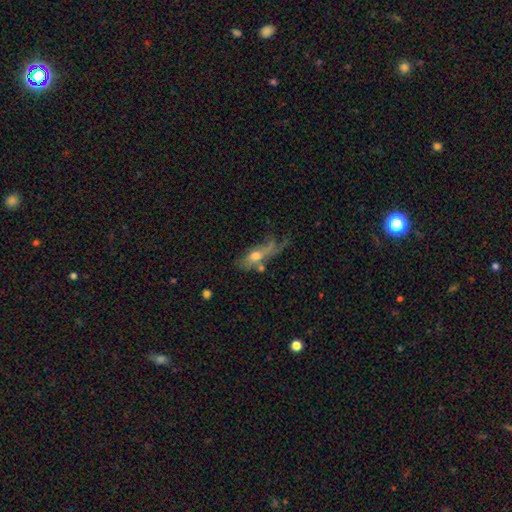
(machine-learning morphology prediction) This appears to be a featured or disk galaxy (47%). Merging: none (33%).